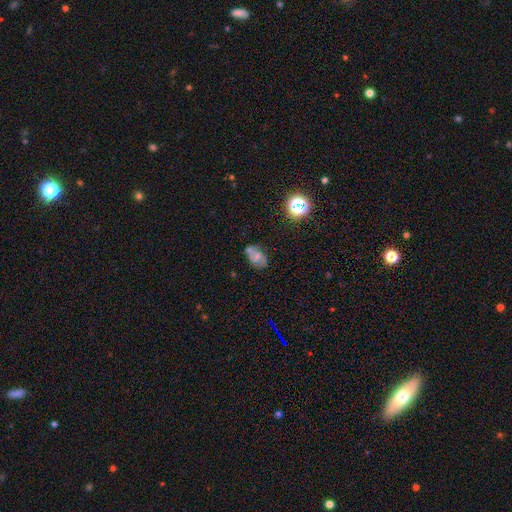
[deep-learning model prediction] Smooth or featured? featured or disk (46%)
Merging? none (55%)